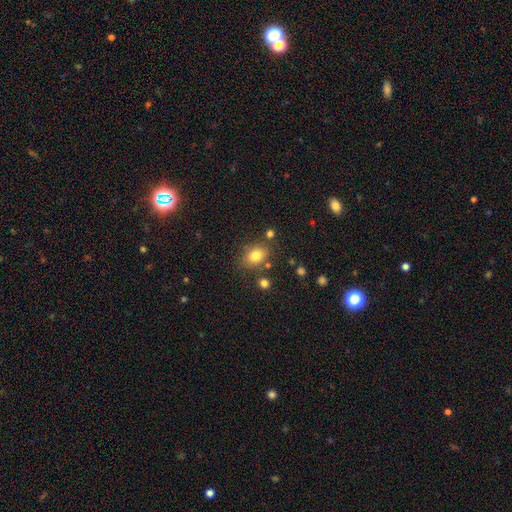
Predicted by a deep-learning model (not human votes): Q: Smooth or featured?
A: smooth (79%); runner-up: star or artifact (12%)
Q: How rounded?
A: in between (61%); runner-up: round (38%)
Q: Merging?
A: none (75%); runner-up: minor disturbance (14%)